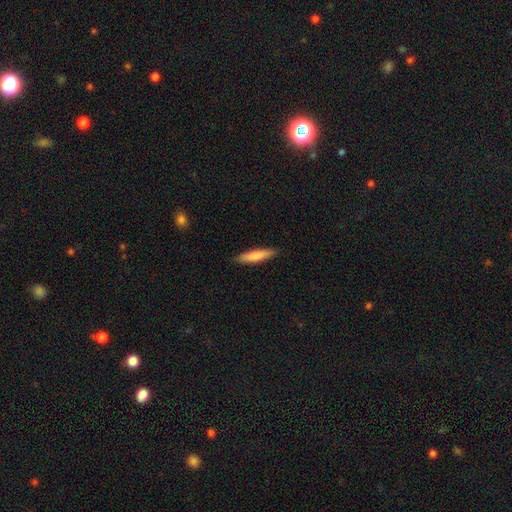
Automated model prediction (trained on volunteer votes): smooth_or_featured: smooth (p=0.78) [alt: featured or disk p=0.17]
how_rounded: cigar-shaped (p=0.85) [alt: in between p=0.14]
merging: none (p=0.88) [alt: minor disturbance p=0.09]